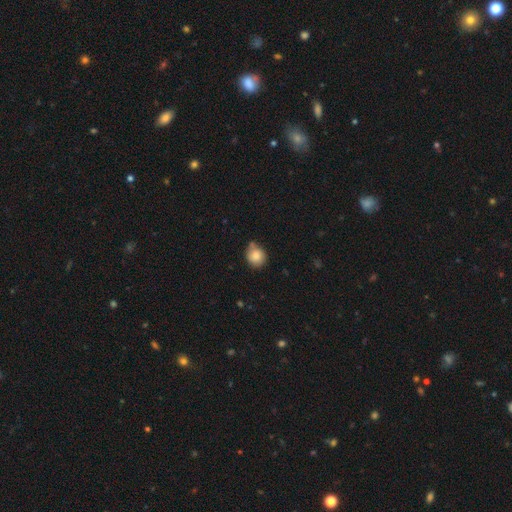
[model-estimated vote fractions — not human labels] The model was most divided on "merging": none: 65%, minor disturbance: 19%, merger: 12%, major disturbance: 4%. More confident: how rounded — round (84%); smooth or featured — smooth (84%).